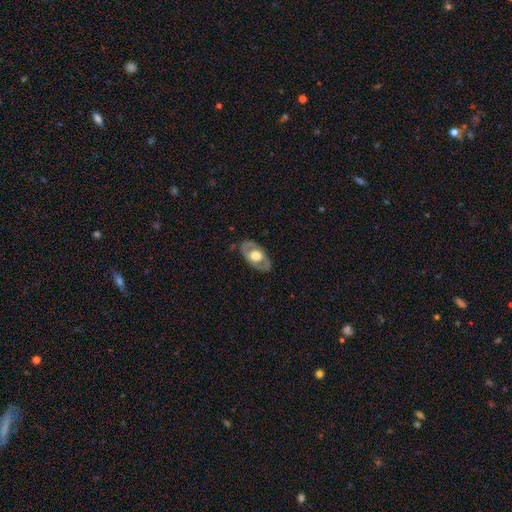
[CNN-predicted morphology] Smooth or featured: featured or disk — 61% (smooth — 35%)
Edge-on disk: no — 86% (yes — 14%)
Bar: no — 82% (weak — 14%)
Spiral arms: no — 71% (yes — 29%)
Bulge size: moderate — 50% (large — 44%)
Merging: none — 81% (minor disturbance — 13%)